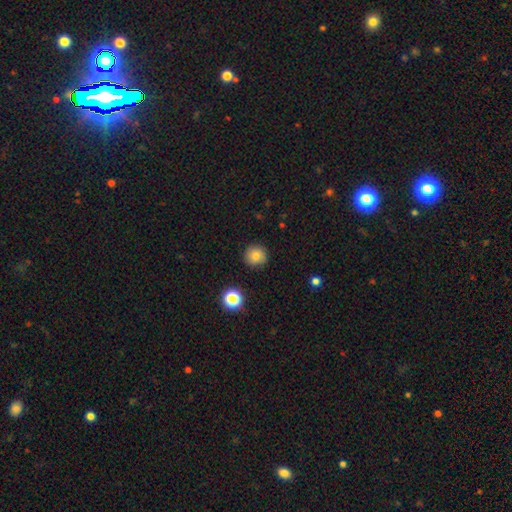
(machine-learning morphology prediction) smooth 80%, star or artifact 12%, featured or disk 9%. Down the decision tree: how rounded — round (93%); merging — none (87%).